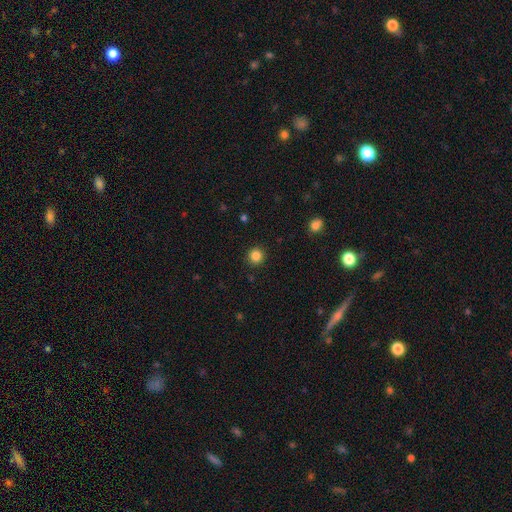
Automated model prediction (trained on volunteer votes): smooth_or_featured: smooth (p=0.85) [alt: star or artifact p=0.12]
how_rounded: round (p=0.93) [alt: in between p=0.06]
merging: none (p=0.91) [alt: minor disturbance p=0.06]